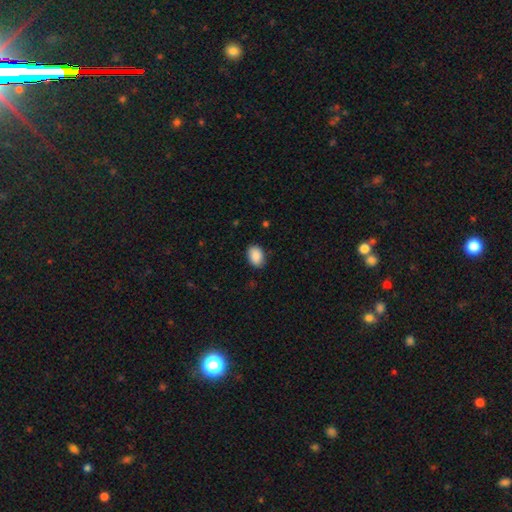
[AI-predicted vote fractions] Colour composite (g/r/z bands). It shows a smooth galaxy with no disk features (89%) that is in between round and cigar-shaped (81%). Merging: none (86%).